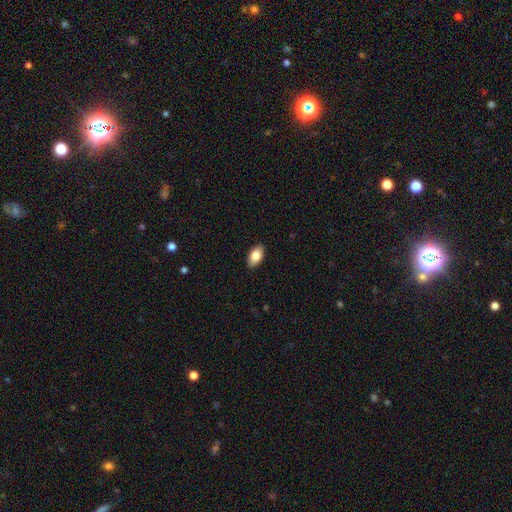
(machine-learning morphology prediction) This appears to be a smooth galaxy with no disk features (85%) that is in between round and cigar-shaped (93%). Merging: none (89%).